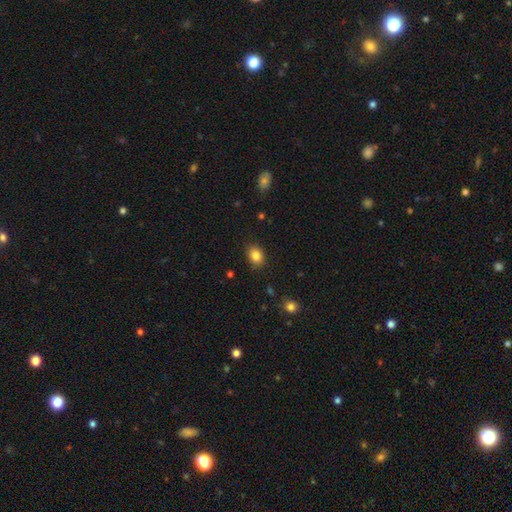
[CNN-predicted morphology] smooth-or-featured: smooth: 84% | star or artifact: 10% | featured or disk: 6%
  how-rounded: in between: 60% | round: 39% | cigar-shaped: 1%
  merging: none: 86% | minor disturbance: 11% | major disturbance: 2% | merger: 1%